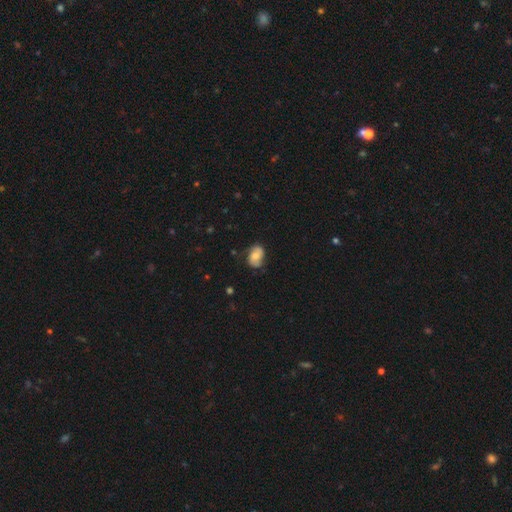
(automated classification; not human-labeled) A smooth galaxy with no disk features (50%) that is in between round and cigar-shaped (78%).

Vote fractions:
- Smooth or featured? smooth: 50% / featured or disk: 42% / star or artifact: 8%
- How rounded? in between: 78% / round: 21% / cigar-shaped: 1%
- Merging? none: 71% / minor disturbance: 22% / major disturbance: 6% / merger: 2%